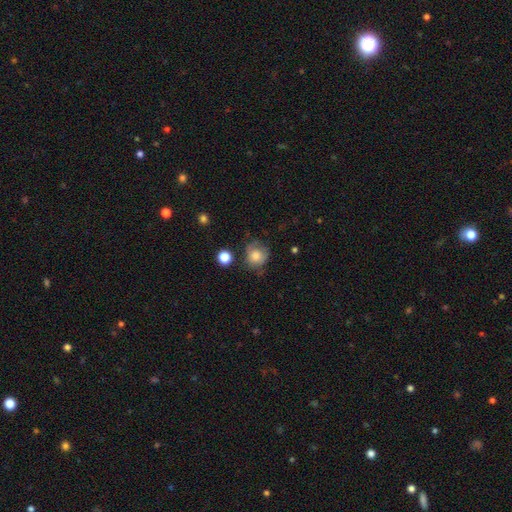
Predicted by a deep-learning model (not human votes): Overall: smooth (70%). How rounded: round (81%). Merging: none (58%; minor disturbance 26%).